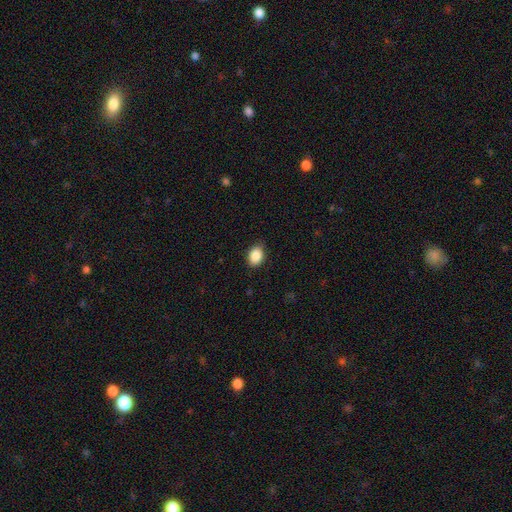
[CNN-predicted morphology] This is clearly a smooth galaxy (88%). How rounded: likely in between (71%). Merging: clearly none (81%).